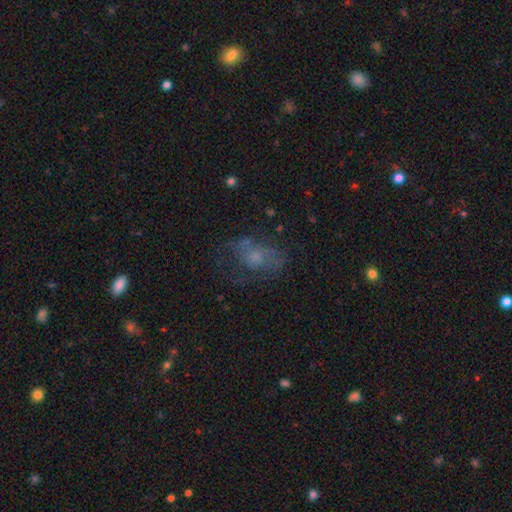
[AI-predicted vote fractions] Smooth or featured? Predicted: featured or disk (p=0.44). Merging? Predicted: none (p=0.47).